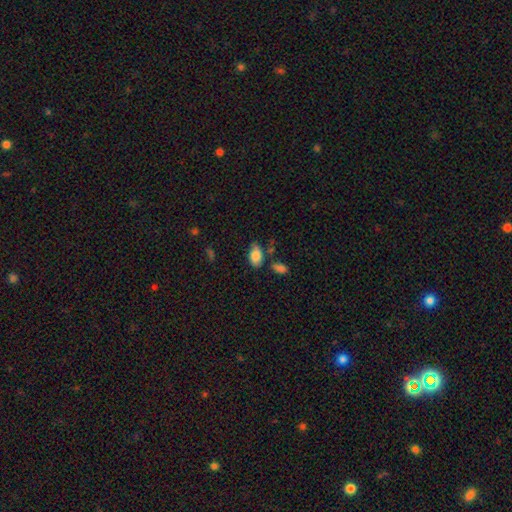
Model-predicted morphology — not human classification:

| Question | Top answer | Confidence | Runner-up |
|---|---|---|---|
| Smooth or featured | smooth | 82% | featured or disk (11%) |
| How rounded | in between | 92% | round (6%) |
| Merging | none | 53% | minor disturbance (29%) |